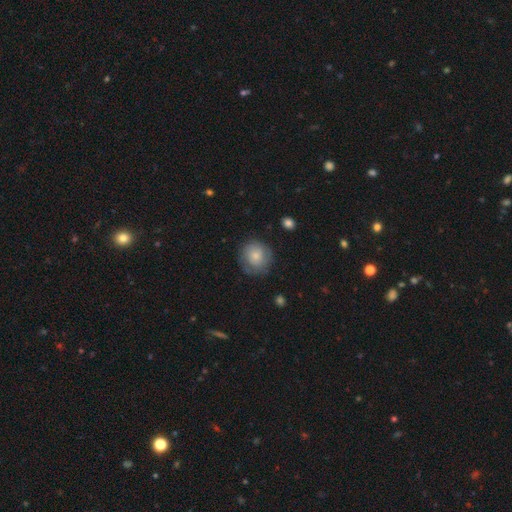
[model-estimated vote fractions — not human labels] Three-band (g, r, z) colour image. It shows a smooth galaxy with no disk features (61%) that is round (89%). Merging: none (73%).